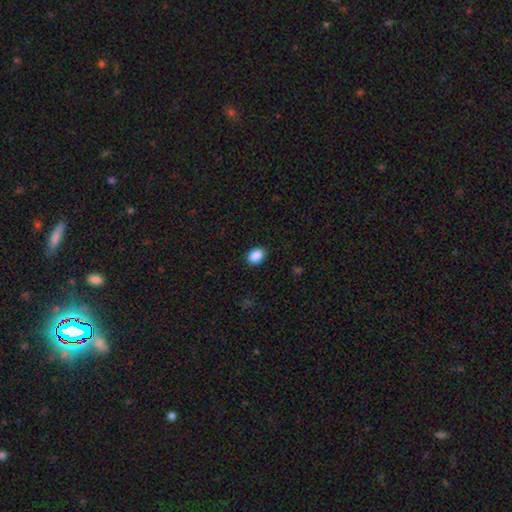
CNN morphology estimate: type=smooth (89%); roundness=in between (75%); merging=none (89%).